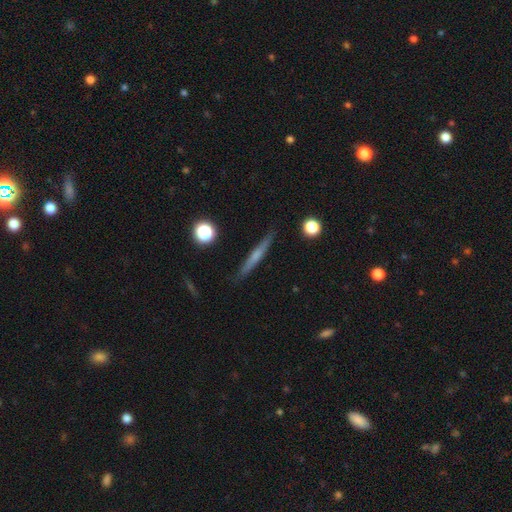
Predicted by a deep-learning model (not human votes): Q: Smooth or featured?
A: featured or disk (47%); runner-up: smooth (45%)
Q: Merging?
A: none (89%); runner-up: minor disturbance (8%)